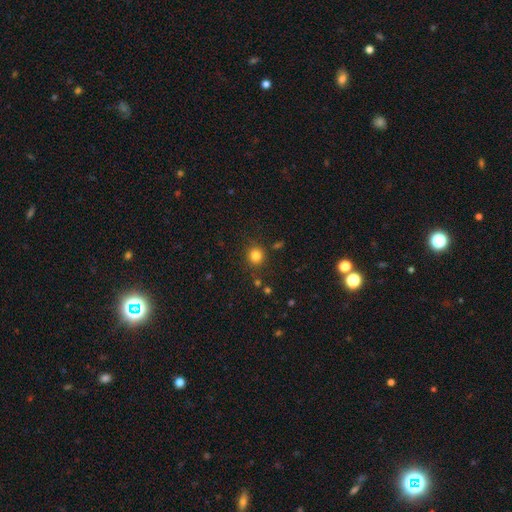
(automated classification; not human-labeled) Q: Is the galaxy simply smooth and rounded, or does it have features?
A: smooth — 82%.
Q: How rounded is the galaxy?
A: round — 90%.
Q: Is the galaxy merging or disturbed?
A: none — 84%.